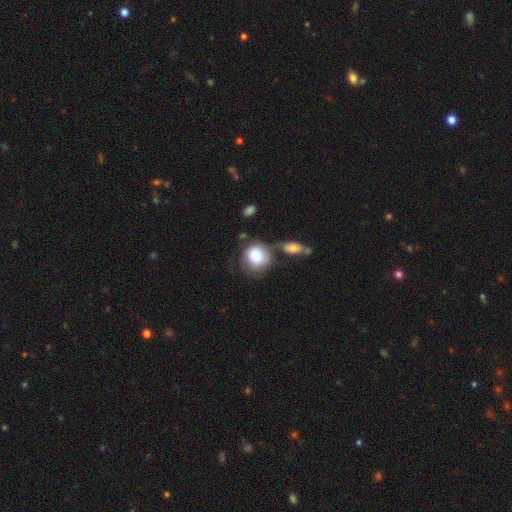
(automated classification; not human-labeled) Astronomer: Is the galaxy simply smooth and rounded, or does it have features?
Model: smooth — 79%.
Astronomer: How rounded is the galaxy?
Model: round — 79%.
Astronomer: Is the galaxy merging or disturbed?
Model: none — 45% (runner-up: merger, 24%).